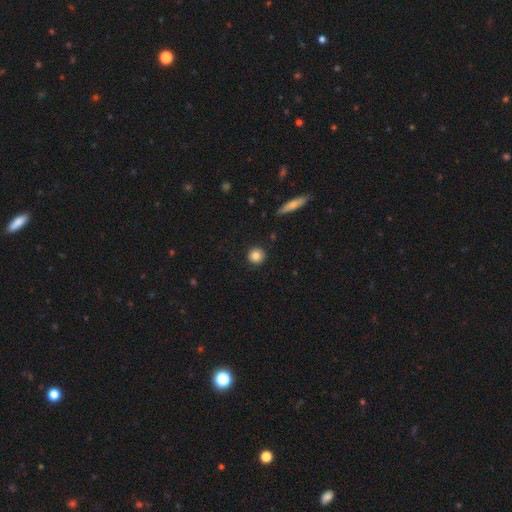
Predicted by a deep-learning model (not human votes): A smooth galaxy with no disk features (84%) that is round (94%).

Vote fractions:
- Smooth or featured? smooth: 84% / star or artifact: 9% / featured or disk: 7%
- How rounded? round: 94% / in between: 5% / cigar-shaped: 1%
- Merging? none: 91% / minor disturbance: 6% / major disturbance: 2% / merger: 1%